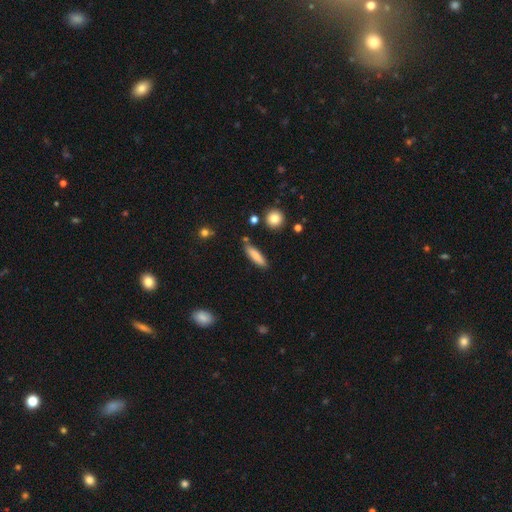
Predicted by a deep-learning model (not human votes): Overall: smooth (82%). How rounded: cigar-shaped (74%). Merging: none (84%).